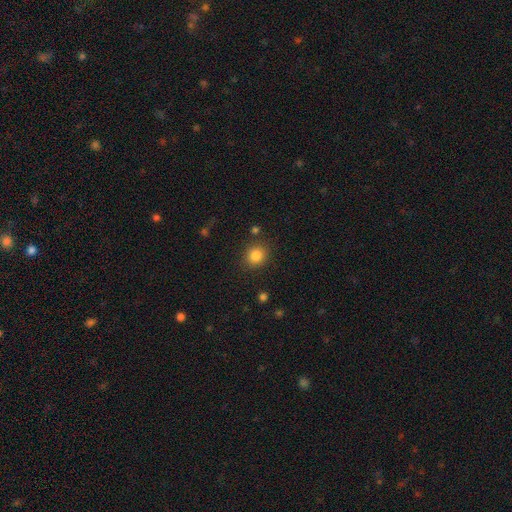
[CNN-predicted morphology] type=smooth (84%); roundness=round (83%); merging=none (85%).